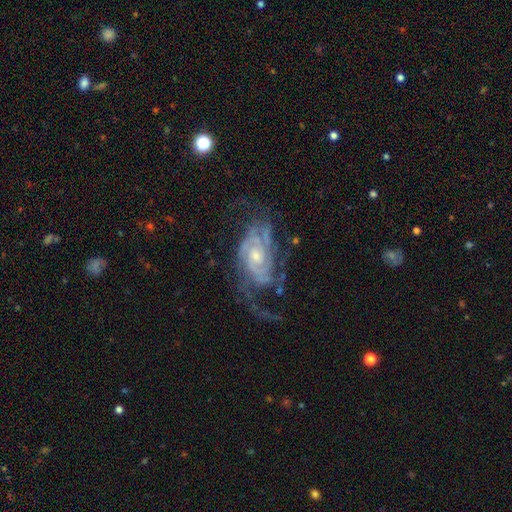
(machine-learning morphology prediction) This appears to be a featured or disk galaxy (88%) with no bar (66%), 2 (30%) tight (54%) spiral arms (96%) and a small central bulge (48%). Merging: none (54%).